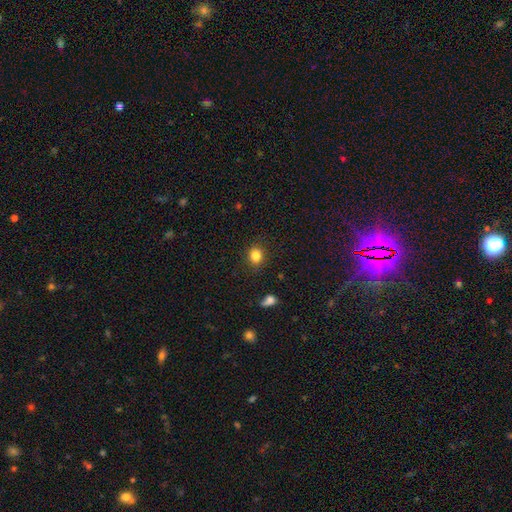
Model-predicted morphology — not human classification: Smooth or featured? smooth (84%)
How rounded? round (64%)
Merging? none (87%)